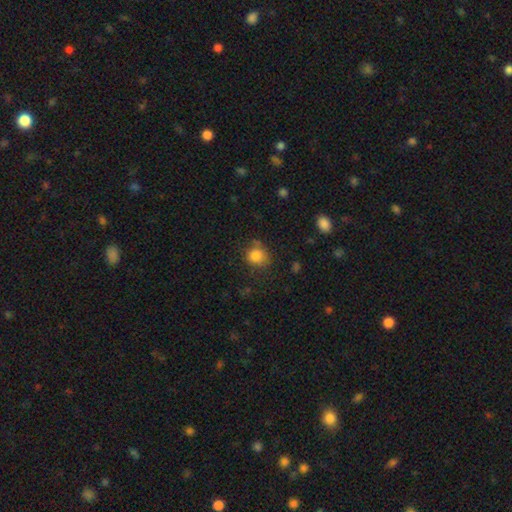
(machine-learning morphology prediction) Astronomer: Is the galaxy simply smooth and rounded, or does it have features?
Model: smooth — 82%.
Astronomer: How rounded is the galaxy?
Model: round — 74%.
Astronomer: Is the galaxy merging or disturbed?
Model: none — 65%.